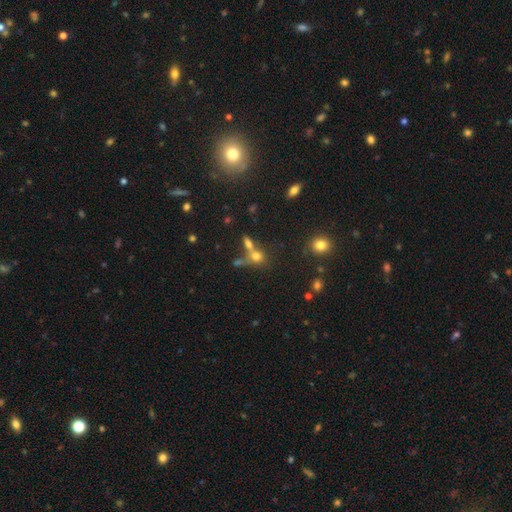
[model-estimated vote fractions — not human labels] Q: Smooth or featured?
A: smooth (67%); runner-up: star or artifact (18%)
Q: How rounded?
A: round (64%); runner-up: in between (30%)
Q: Merging?
A: merger (43%); runner-up: none (40%)